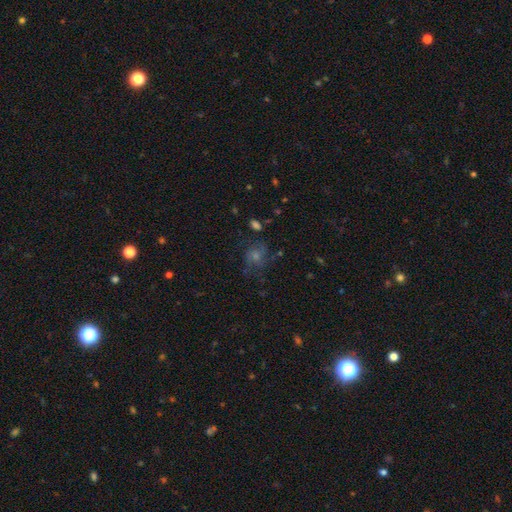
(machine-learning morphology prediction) This appears to be a featured or disk galaxy (45%). Merging: none (66%).